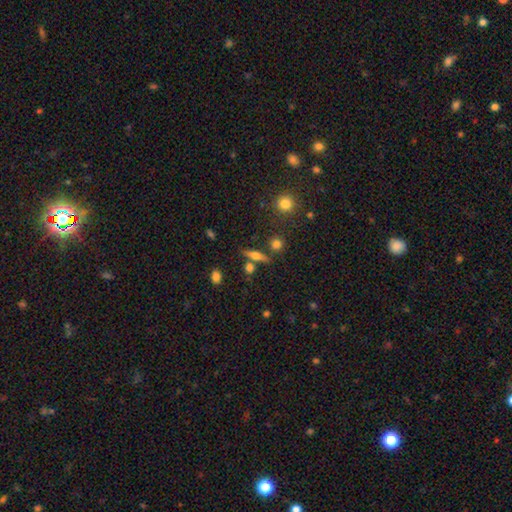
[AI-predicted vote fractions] smooth_or_featured: featured or disk (p=0.49) [alt: smooth p=0.41]
merging: none (p=0.75) [alt: merger p=0.11]